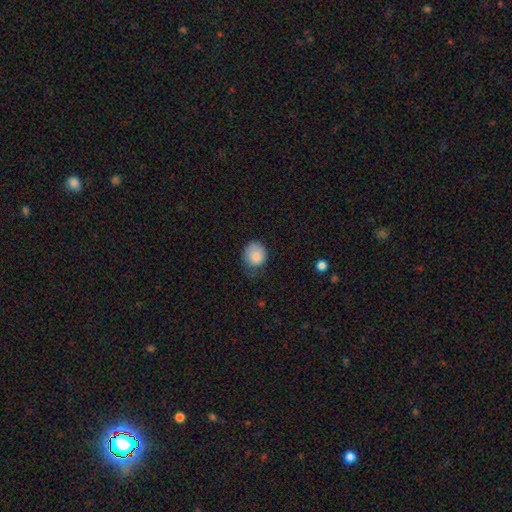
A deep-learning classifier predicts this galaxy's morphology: Smooth or featured: smooth — 85% (featured or disk — 8%)
How rounded: round — 65% (in between — 34%)
Merging: none — 45% (minor disturbance — 36%)